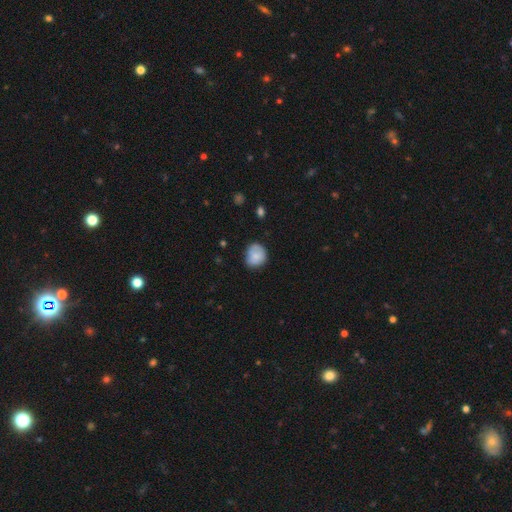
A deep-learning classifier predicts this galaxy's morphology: This appears to be a smooth galaxy with no disk features (79%) that is round (72%). Merging: none (64%).